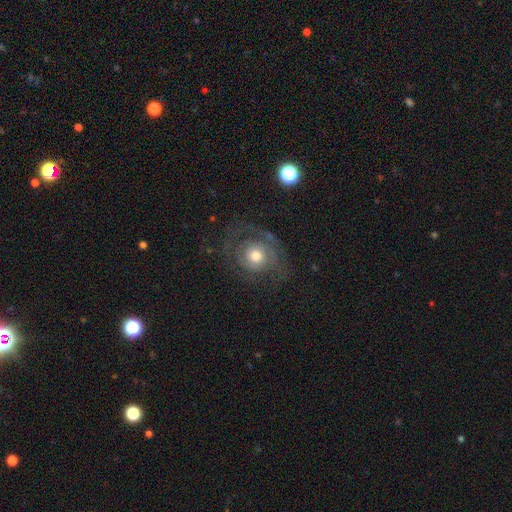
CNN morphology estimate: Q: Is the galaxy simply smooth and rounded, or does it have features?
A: featured or disk — 58%.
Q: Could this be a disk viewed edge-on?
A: no — 97%.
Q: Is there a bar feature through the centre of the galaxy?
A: no — 84%.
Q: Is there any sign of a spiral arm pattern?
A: yes — 71%.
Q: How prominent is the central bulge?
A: moderate — 67%.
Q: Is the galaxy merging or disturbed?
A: none — 61%.